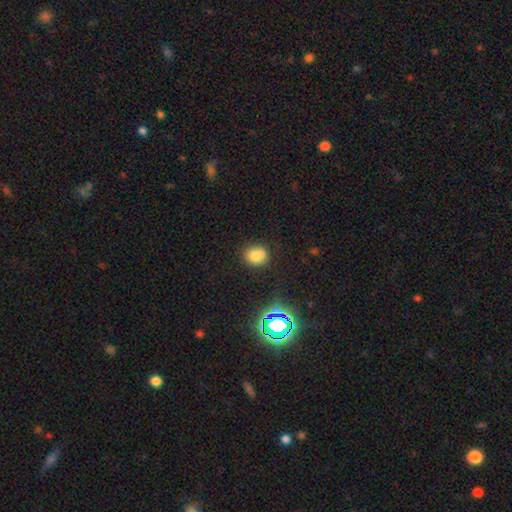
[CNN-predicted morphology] Q: Smooth or featured?
A: smooth (76%); runner-up: star or artifact (16%)
Q: How rounded?
A: round (63%); runner-up: in between (35%)
Q: Merging?
A: none (82%); runner-up: minor disturbance (13%)